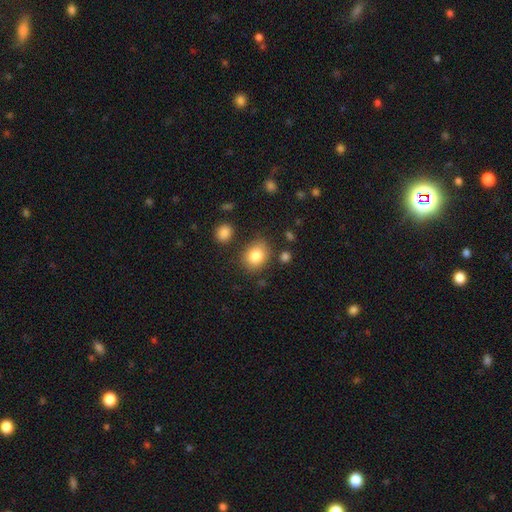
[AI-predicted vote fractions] Overall: smooth (83%). How rounded: round (50%; in between 49%). Merging: none (78%).